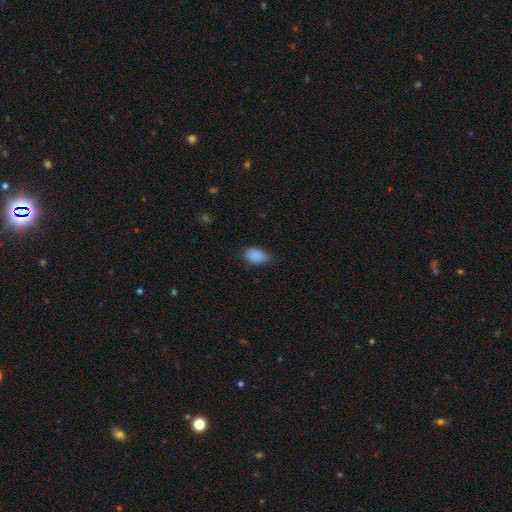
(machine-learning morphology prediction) Smooth or featured? Predicted: smooth (p=0.89). How rounded? Predicted: in between (p=0.91). Merging? Predicted: none (p=0.71).